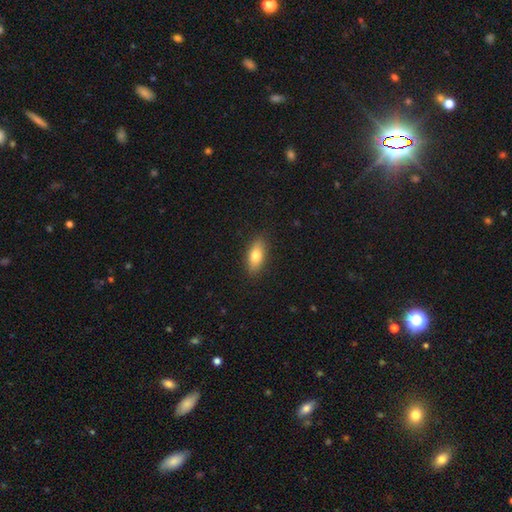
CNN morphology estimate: Overall: smooth (75%). How rounded: in between (80%). Merging: none (87%).